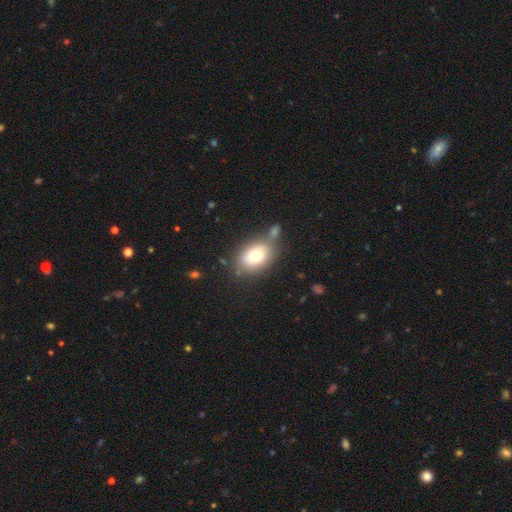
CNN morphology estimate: Smooth or featured?
  - smooth: 76% *
  - featured or disk: 16%
  - star or artifact: 8%
How rounded?
  - in between: 82% *
  - round: 17%
  - cigar-shaped: 2%
Merging?
  - none: 59% *
  - merger: 18%
  - minor disturbance: 17%
  - major disturbance: 6%